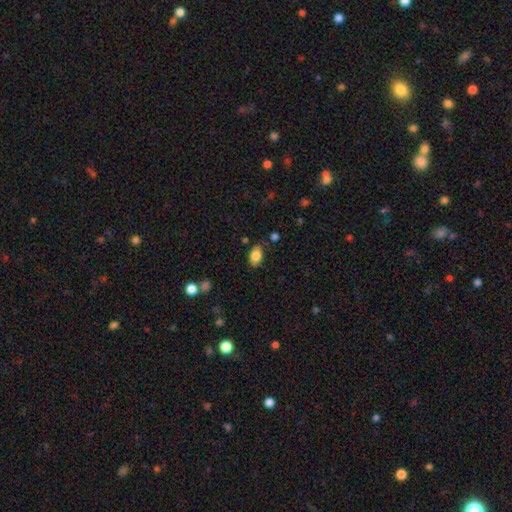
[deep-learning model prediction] Overall: smooth (85%). How rounded: in between (89%). Merging: none (79%).